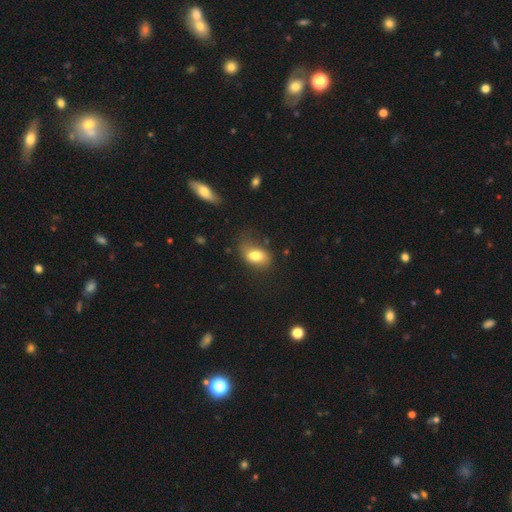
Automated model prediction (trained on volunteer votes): The model was most divided on "merging": none: 54%, minor disturbance: 29%, major disturbance: 14%, merger: 3%. More confident: how rounded — in between (84%); smooth or featured — smooth (77%).